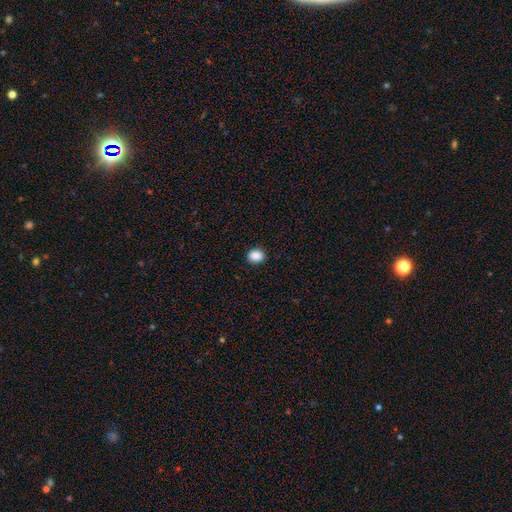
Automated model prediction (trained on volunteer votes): smooth_or_featured: smooth (p=0.89) [alt: star or artifact p=0.09]
how_rounded: round (p=0.58) [alt: in between p=0.41]
merging: none (p=0.90) [alt: minor disturbance p=0.07]